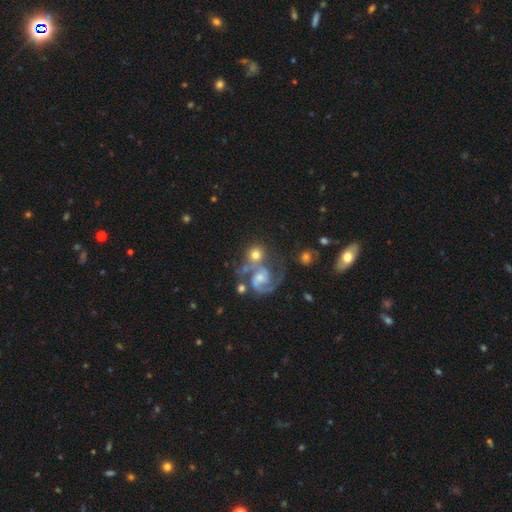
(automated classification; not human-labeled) Q: Smooth or featured?
A: featured or disk (66%); runner-up: smooth (22%)
Q: Edge-on disk?
A: no (97%); runner-up: yes (3%)
Q: Bar?
A: no (53%); runner-up: weak (36%)
Q: Spiral arms?
A: yes (92%); runner-up: no (8%)
Q: Spiral winding?
A: medium (54%); runner-up: tight (27%)
Q: Spiral arm count?
A: 2 (80%); runner-up: 1 (8%)
Q: Bulge size?
A: small (44%); runner-up: moderate (40%)
Q: Merging?
A: none (46%); runner-up: merger (32%)